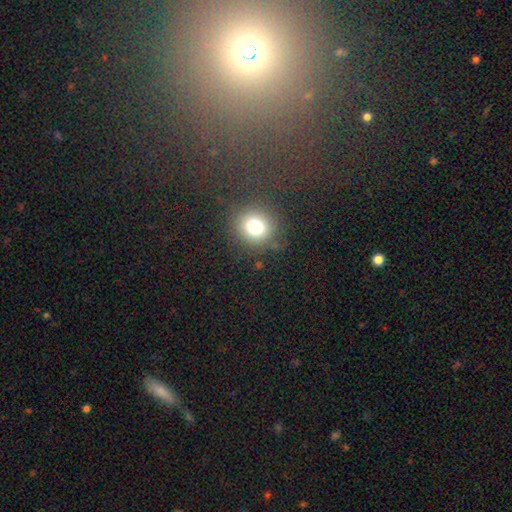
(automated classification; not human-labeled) This is possibly a smooth galaxy (53%). How rounded: clearly round (85%). Merging: clearly none (87%).